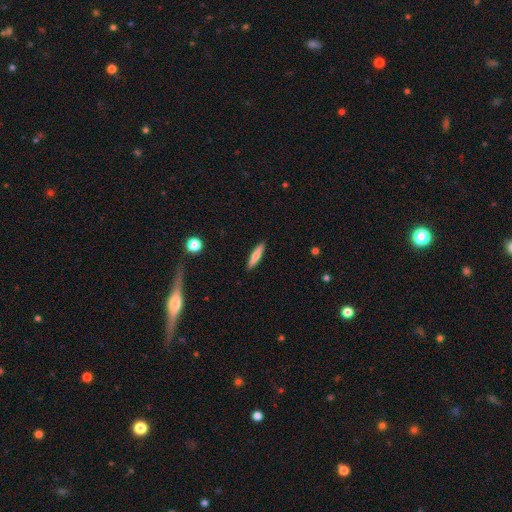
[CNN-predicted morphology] This appears to be a smooth galaxy with no disk features (69%) that is cigar-shaped (87%). Merging: none (91%).